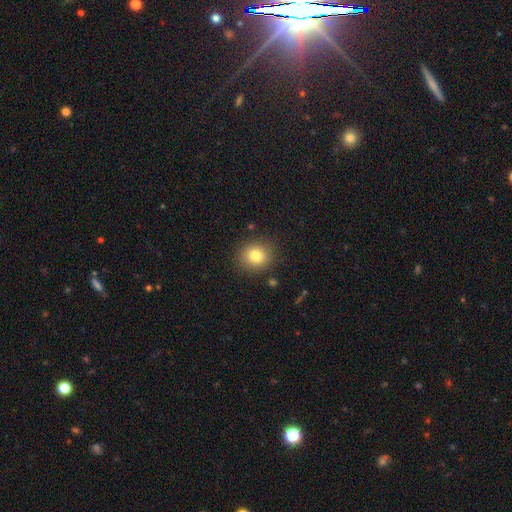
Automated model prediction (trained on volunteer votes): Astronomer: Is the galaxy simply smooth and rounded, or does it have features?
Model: smooth — 81%.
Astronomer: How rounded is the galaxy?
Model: round — 82%.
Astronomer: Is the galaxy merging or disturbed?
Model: none — 87%.